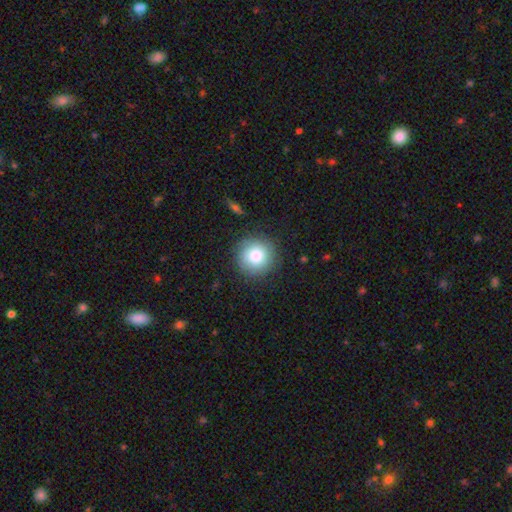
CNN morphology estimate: type=smooth (79%); roundness=round (94%); merging=none (85%).